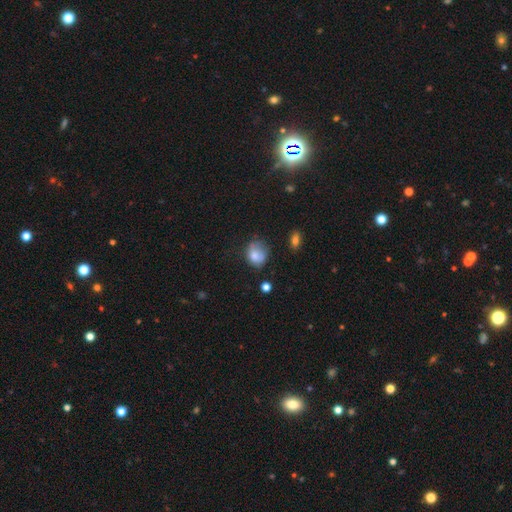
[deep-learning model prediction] A smooth galaxy with no disk features (75%) that is round (56%).

Vote fractions:
- Smooth or featured? smooth: 75% / featured or disk: 15% / star or artifact: 10%
- How rounded? round: 56% / in between: 43% / cigar-shaped: 1%
- Merging? none: 44% / minor disturbance: 33% / major disturbance: 18% / merger: 5%